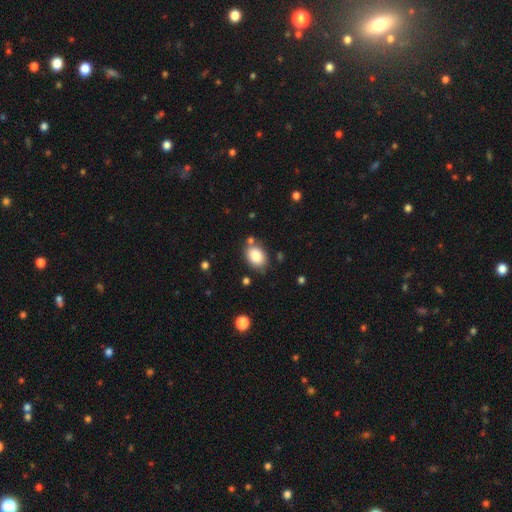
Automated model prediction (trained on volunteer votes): Smooth or featured? Predicted: smooth (p=0.84). How rounded? Predicted: in between (p=0.77). Merging? Predicted: none (p=0.76).